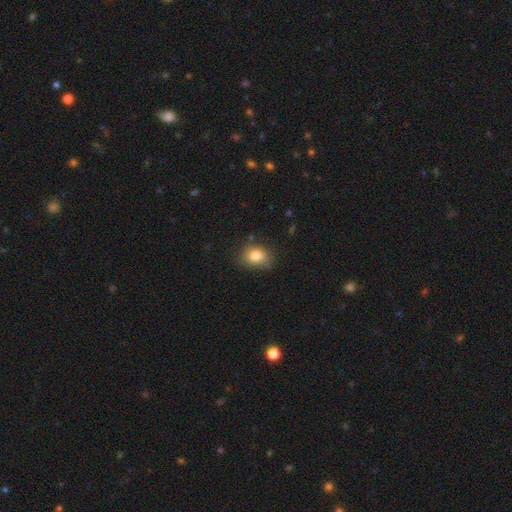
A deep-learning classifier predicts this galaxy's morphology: This appears to be a smooth galaxy with no disk features (82%) that is in between round and cigar-shaped (53%). Merging: none (74%).